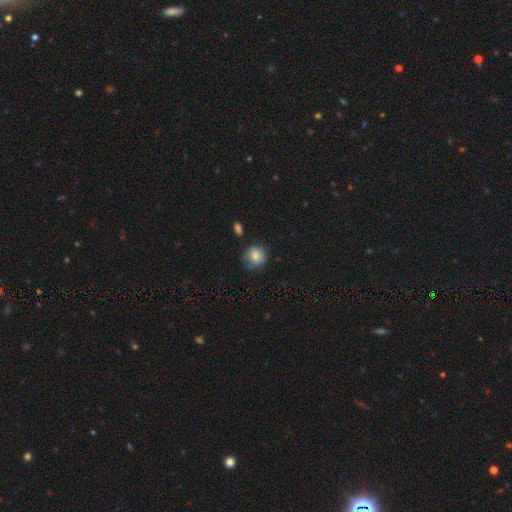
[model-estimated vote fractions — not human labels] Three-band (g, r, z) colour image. It shows a smooth galaxy with no disk features (81%) that is round (89%). Merging: none (76%).